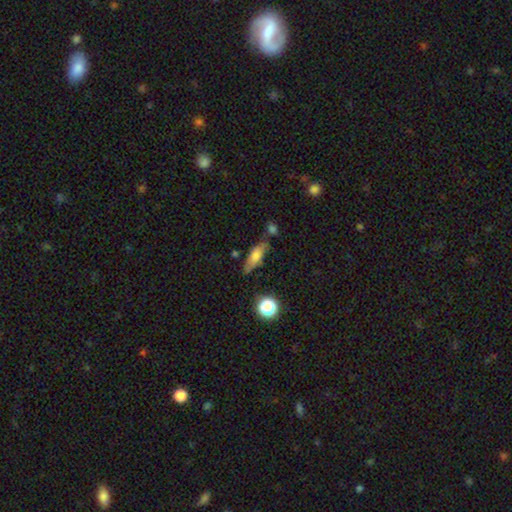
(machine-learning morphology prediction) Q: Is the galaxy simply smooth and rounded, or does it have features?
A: smooth — 65%.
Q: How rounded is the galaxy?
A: in between — 57%.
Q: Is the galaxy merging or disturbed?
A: none — 60%.